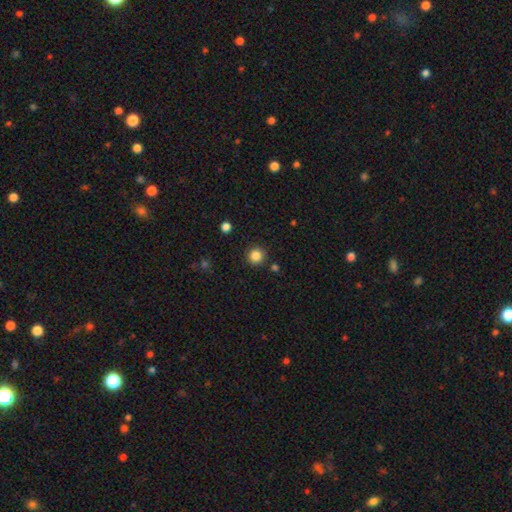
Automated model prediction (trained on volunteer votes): Smooth or featured? Predicted: smooth (p=0.85). How rounded? Predicted: round (p=0.95). Merging? Predicted: none (p=0.89).